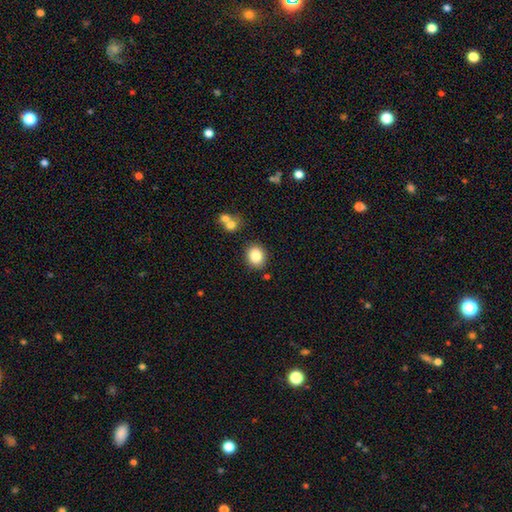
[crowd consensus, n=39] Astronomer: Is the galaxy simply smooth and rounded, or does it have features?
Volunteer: smooth — 87%.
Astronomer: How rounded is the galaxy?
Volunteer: round — 79%.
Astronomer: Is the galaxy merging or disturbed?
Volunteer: none — 89%.